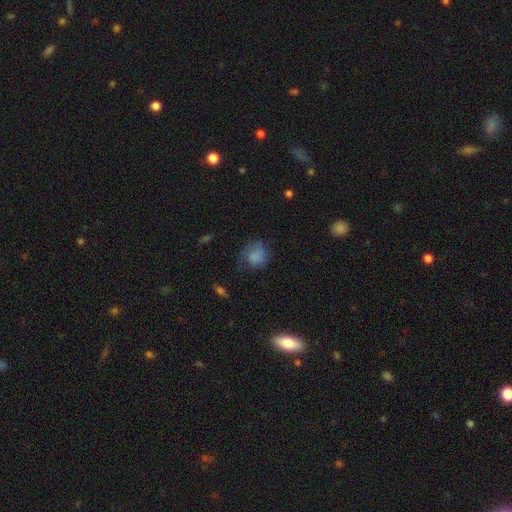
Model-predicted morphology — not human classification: smooth-or-featured: smooth: 69% | featured or disk: 20% | star or artifact: 11%
  how-rounded: round: 70% | in between: 29% | cigar-shaped: 1%
  merging: none: 50% | minor disturbance: 28% | major disturbance: 20% | merger: 2%